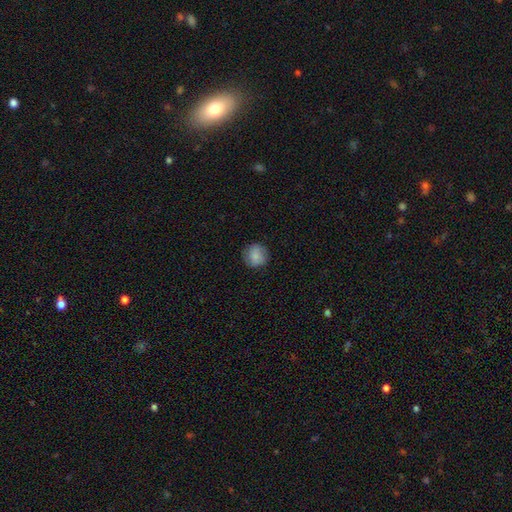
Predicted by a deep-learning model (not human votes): Q: Smooth or featured?
A: smooth (83%); runner-up: featured or disk (9%)
Q: How rounded?
A: round (91%); runner-up: in between (8%)
Q: Merging?
A: none (84%); runner-up: minor disturbance (12%)